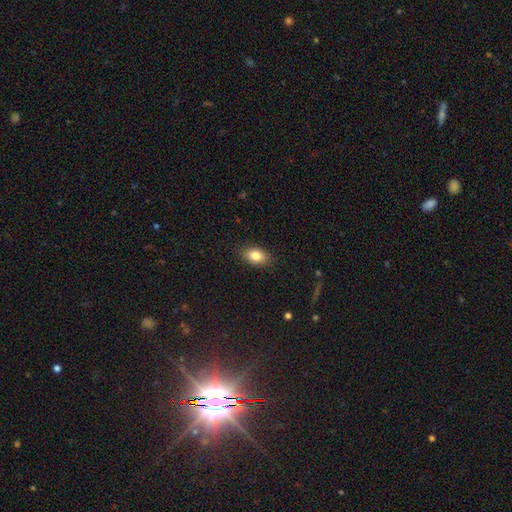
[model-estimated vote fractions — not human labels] This appears to be a smooth galaxy with no disk features (84%) that is in between round and cigar-shaped (88%). Merging: none (87%).